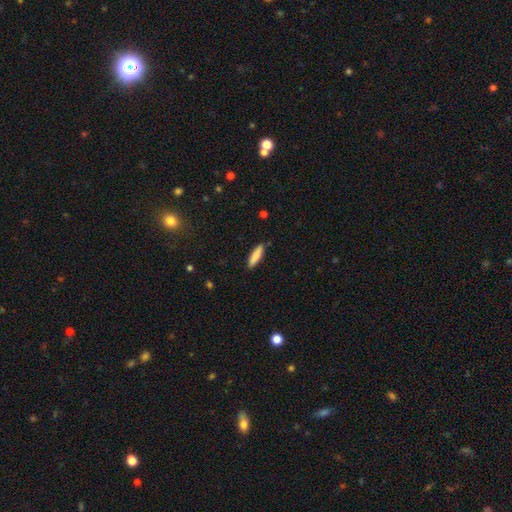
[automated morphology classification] type=smooth (83%); roundness=cigar-shaped (71%); merging=none (88%).